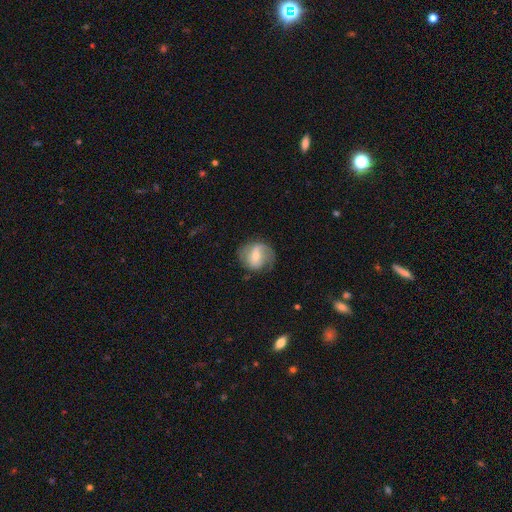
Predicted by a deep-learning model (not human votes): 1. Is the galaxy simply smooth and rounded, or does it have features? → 68% featured or disk, 24% smooth, 7% star or artifact.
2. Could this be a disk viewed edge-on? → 97% no, 3% yes.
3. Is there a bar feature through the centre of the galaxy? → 47% weak, 29% no, 25% strong.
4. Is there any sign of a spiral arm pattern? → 86% yes, 14% no.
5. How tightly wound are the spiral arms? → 42% medium, 33% loose, 25% tight.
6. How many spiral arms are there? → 72% 2, 12% can't tell, 10% 1, 3% 3, 1% 4, 1% more than 4.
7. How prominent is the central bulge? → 53% moderate, 42% small, 3% large, 1% none, 1% dominant.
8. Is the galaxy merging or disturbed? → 69% none, 20% minor disturbance, 10% major disturbance, 1% merger.